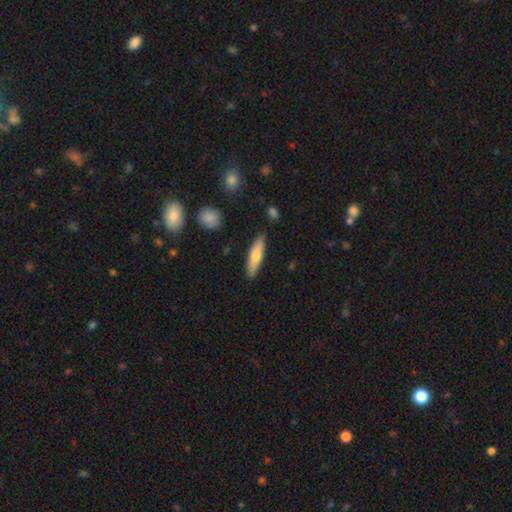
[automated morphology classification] Smooth or featured? smooth (66%)
How rounded? cigar-shaped (68%)
Merging? none (84%)